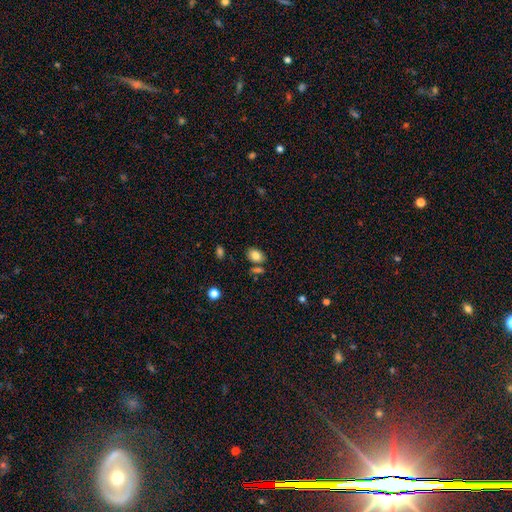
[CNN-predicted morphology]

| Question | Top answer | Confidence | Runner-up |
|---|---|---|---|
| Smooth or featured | smooth | 82% | star or artifact (10%) |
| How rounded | in between | 77% | round (22%) |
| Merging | none | 74% | minor disturbance (13%) |